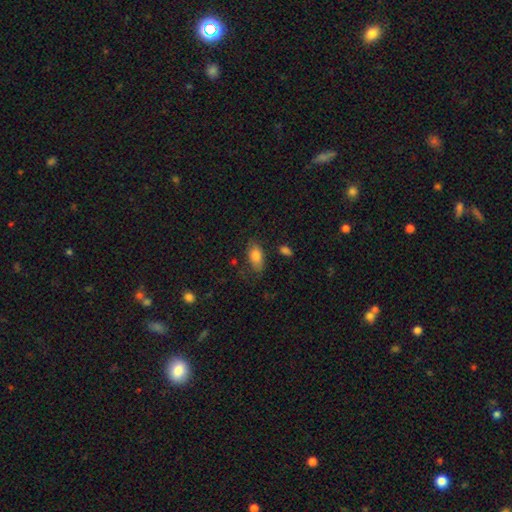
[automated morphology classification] Overall: smooth (81%). How rounded: in between (90%). Merging: none (66%).